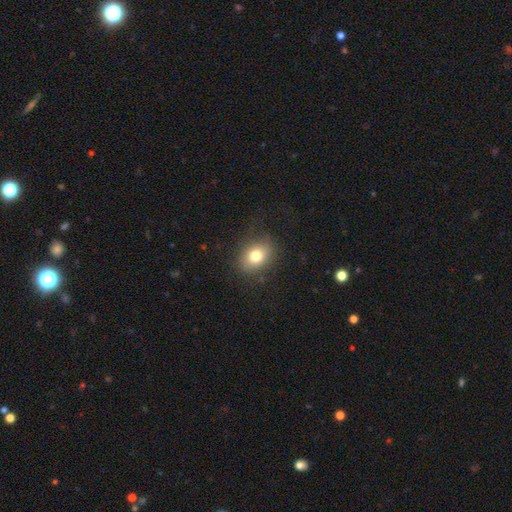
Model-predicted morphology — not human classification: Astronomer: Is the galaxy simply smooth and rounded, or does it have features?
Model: smooth — 78%.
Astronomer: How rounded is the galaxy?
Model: in between — 62%.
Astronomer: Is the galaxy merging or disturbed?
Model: none — 82%.